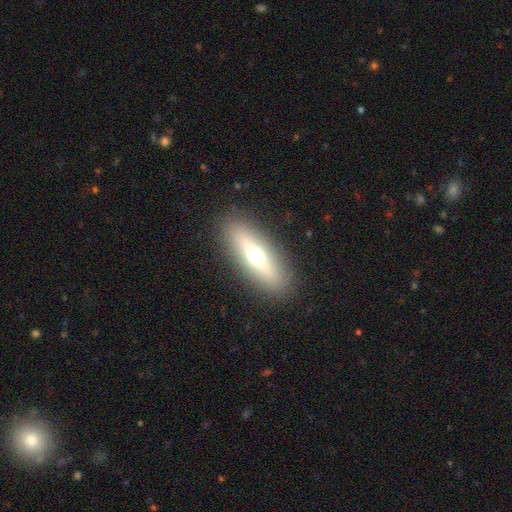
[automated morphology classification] This appears to be a smooth galaxy with no disk features (49%). Merging: none (89%).